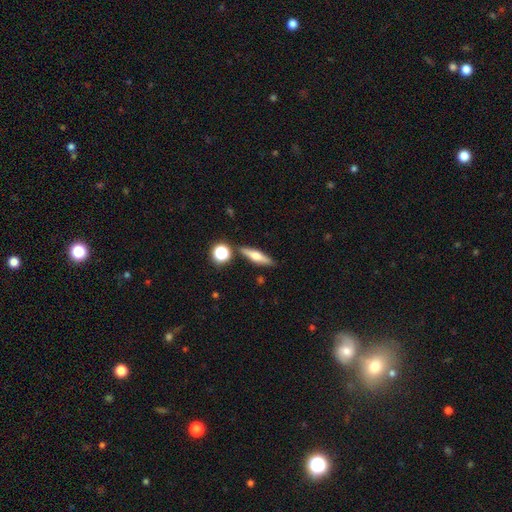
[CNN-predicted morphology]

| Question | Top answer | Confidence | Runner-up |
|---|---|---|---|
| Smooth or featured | featured or disk | 47% | smooth (44%) |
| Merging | none | 84% | minor disturbance (9%) |